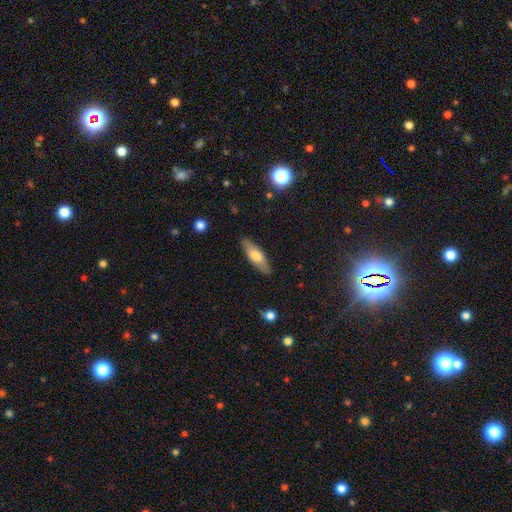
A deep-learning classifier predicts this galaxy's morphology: A smooth galaxy with no disk features (65%) that is in between round and cigar-shaped (54%).

Vote fractions:
- Smooth or featured? smooth: 65% / featured or disk: 29% / star or artifact: 6%
- How rounded? in between: 54% / cigar-shaped: 44% / round: 2%
- Merging? none: 86% / minor disturbance: 10% / major disturbance: 2% / merger: 1%